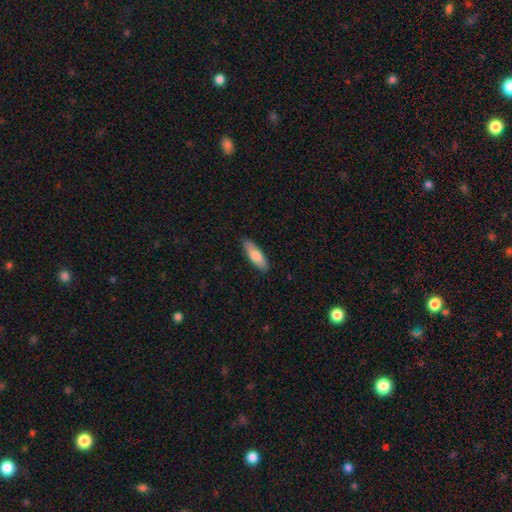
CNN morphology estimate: Smooth or featured: smooth — 78% (featured or disk — 17%)
How rounded: in between — 52% (cigar-shaped — 46%)
Merging: none — 88% (minor disturbance — 10%)